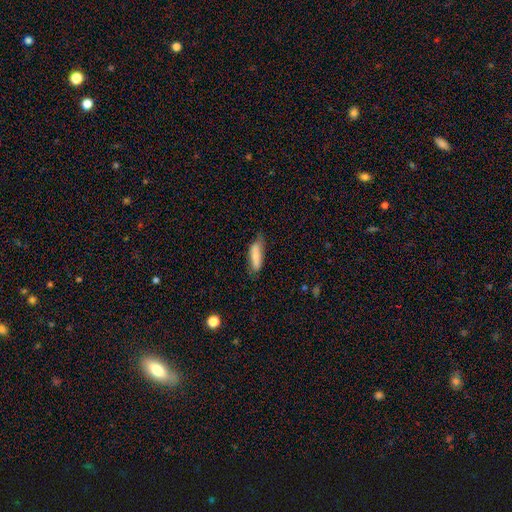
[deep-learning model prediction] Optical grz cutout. It shows a smooth galaxy with no disk features (78%) that is cigar-shaped (51%). Merging: none (60%).